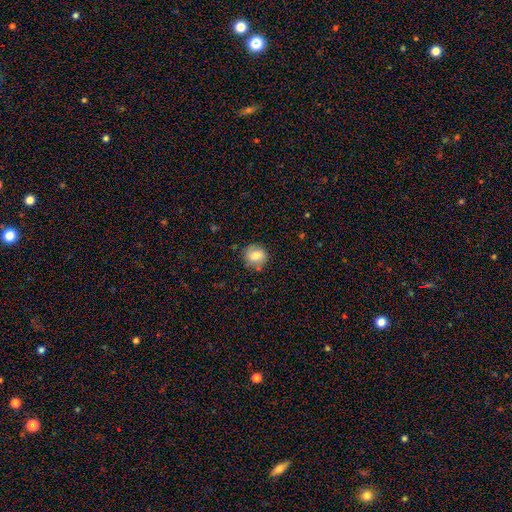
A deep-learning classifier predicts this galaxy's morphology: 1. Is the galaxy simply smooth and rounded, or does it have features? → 76% smooth, 15% featured or disk, 9% star or artifact.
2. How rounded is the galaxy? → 77% round, 21% in between, 1% cigar-shaped.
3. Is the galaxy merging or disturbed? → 78% none, 15% minor disturbance, 4% major disturbance, 2% merger.